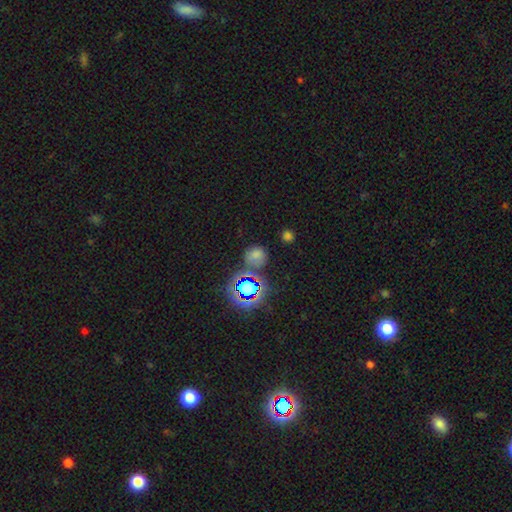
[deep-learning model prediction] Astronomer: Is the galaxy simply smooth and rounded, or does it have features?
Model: smooth — 58%.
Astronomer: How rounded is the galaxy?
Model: round — 80%.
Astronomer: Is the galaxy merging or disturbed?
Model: none — 69%.